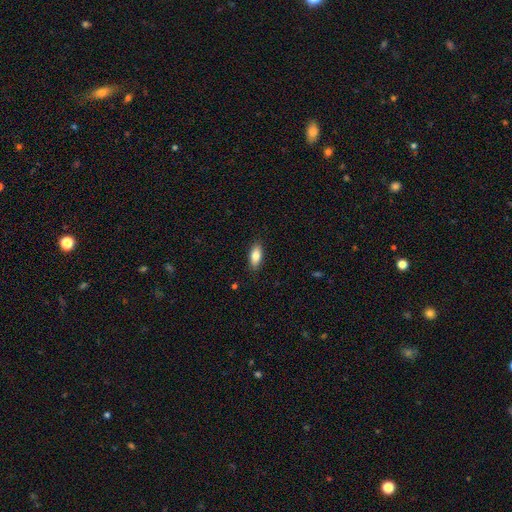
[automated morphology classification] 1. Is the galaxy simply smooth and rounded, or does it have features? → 84% smooth, 10% featured or disk, 7% star or artifact.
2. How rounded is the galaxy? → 85% in between, 12% cigar-shaped, 3% round.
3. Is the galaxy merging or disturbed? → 88% none, 9% minor disturbance, 2% major disturbance, 1% merger.